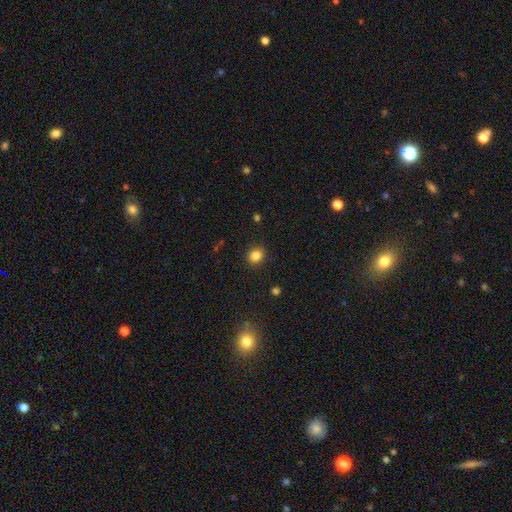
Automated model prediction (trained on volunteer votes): A smooth galaxy with no disk features (83%) that is round (83%).

Vote fractions:
- Smooth or featured? smooth: 83% / star or artifact: 12% / featured or disk: 4%
- How rounded? round: 83% / in between: 16% / cigar-shaped: 1%
- Merging? none: 90% / minor disturbance: 7% / major disturbance: 2% / merger: 1%